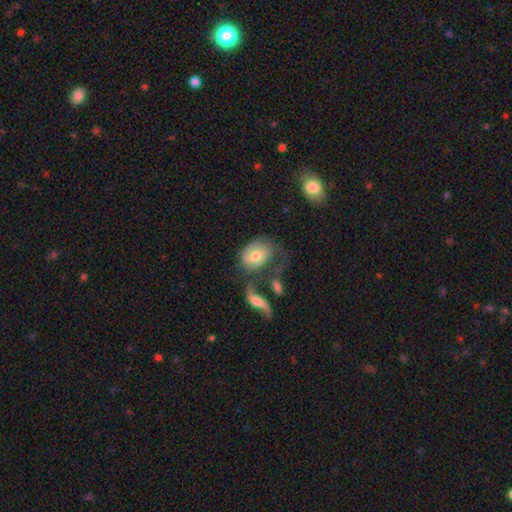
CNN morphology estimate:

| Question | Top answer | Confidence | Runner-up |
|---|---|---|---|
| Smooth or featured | smooth | 59% | featured or disk (35%) |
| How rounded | in between | 72% | round (26%) |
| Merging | none | 36% | merger (25%) |